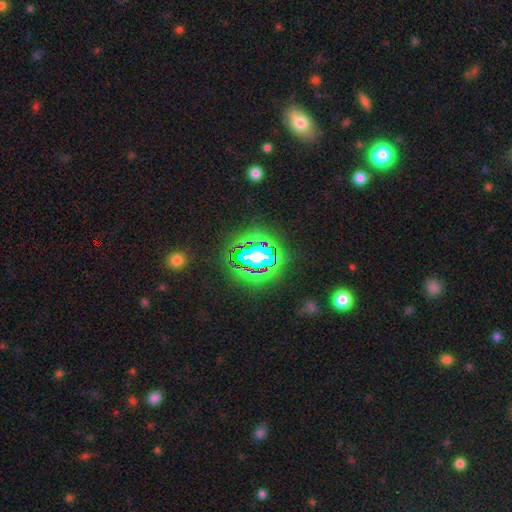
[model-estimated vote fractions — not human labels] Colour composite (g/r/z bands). It shows a star or artifact, not a galaxy (70%).